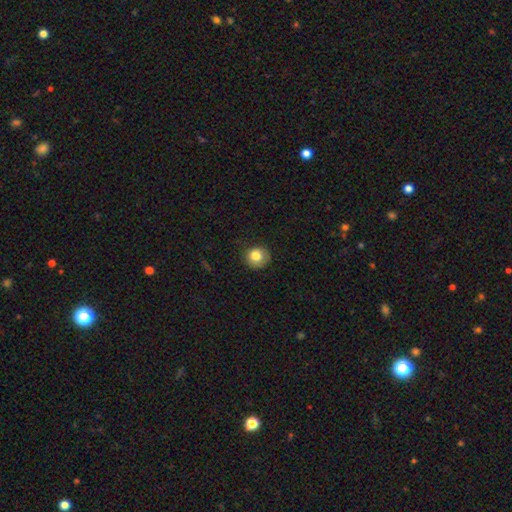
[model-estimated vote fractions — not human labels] Smooth or featured? Predicted: smooth (p=0.81). How rounded? Predicted: round (p=0.88). Merging? Predicted: none (p=0.78).